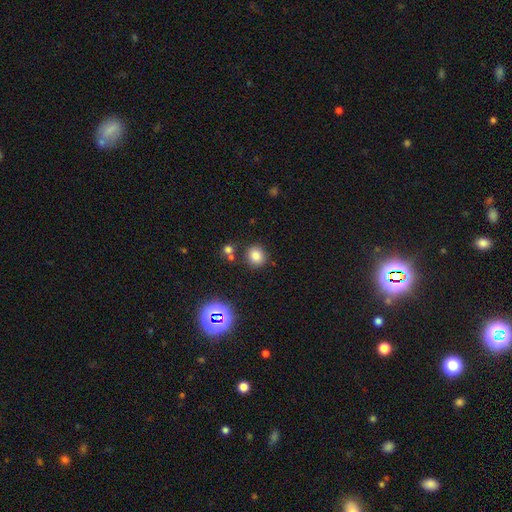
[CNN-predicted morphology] A smooth galaxy with no disk features (78%) that is round (86%).

Vote fractions:
- Smooth or featured? smooth: 78% / star or artifact: 15% / featured or disk: 7%
- How rounded? round: 86% / in between: 13% / cigar-shaped: 1%
- Merging? none: 80% / minor disturbance: 9% / merger: 7% / major disturbance: 3%